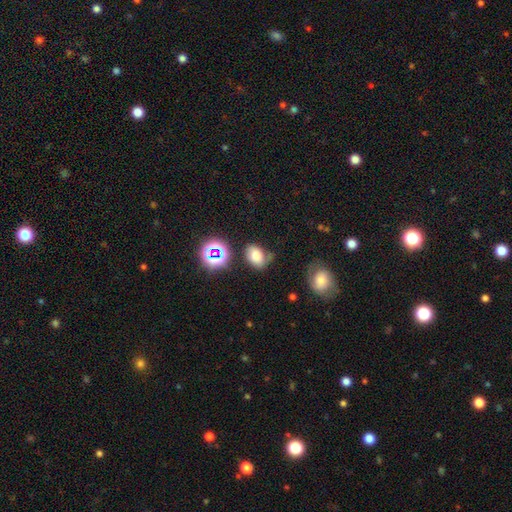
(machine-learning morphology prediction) type=smooth (73%); roundness=in between (75%); merging=none (50%).